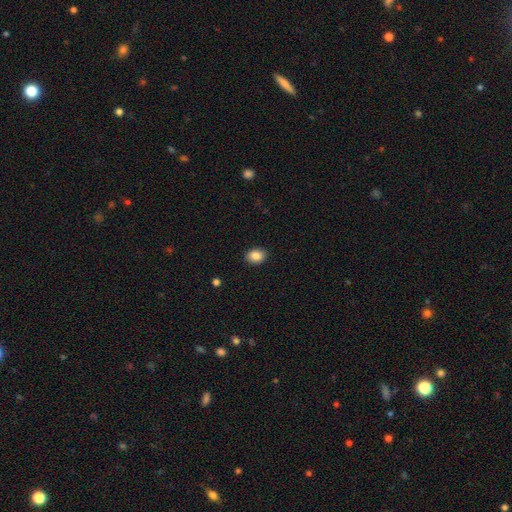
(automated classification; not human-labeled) Overall: smooth (88%). How rounded: in between (63%; round 36%). Merging: none (90%).